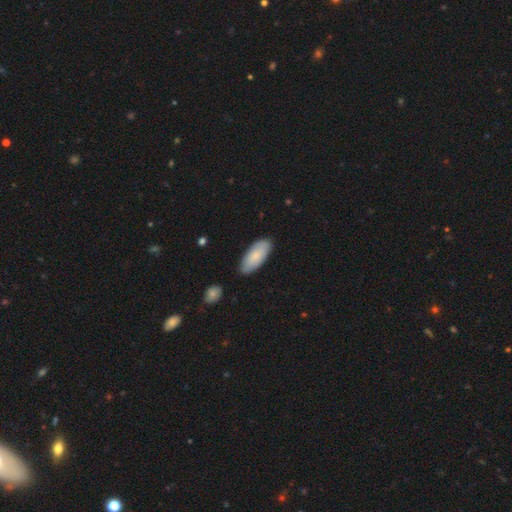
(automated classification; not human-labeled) smooth 81%, featured or disk 14%, star or artifact 5%. Down the decision tree: how rounded — in between (86%); merging — none (81%).